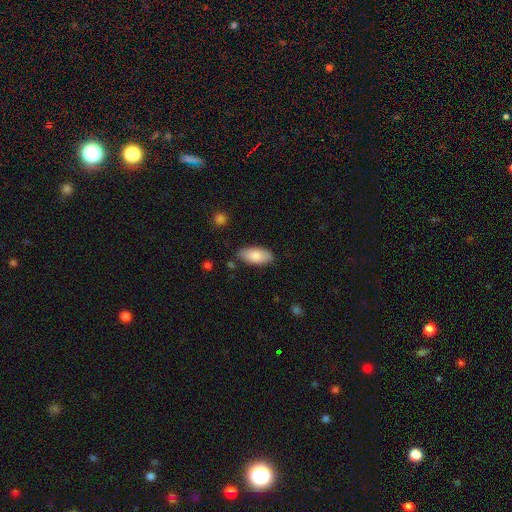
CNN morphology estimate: type=smooth (83%); roundness=in between (90%); merging=none (83%).